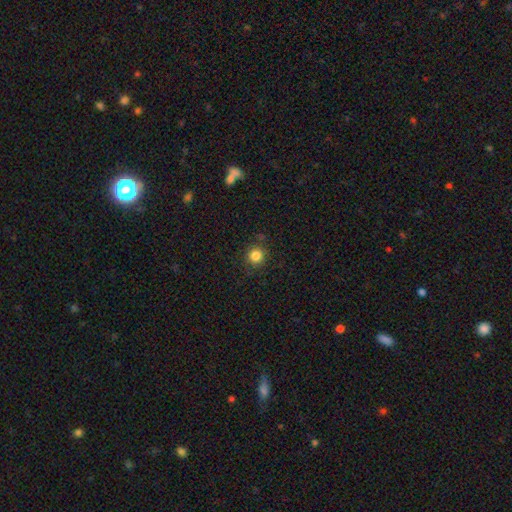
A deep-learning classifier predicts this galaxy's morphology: Smooth or featured?
  - smooth: 84% *
  - star or artifact: 12%
  - featured or disk: 5%
How rounded?
  - round: 93% *
  - in between: 6%
  - cigar-shaped: 1%
Merging?
  - none: 87% *
  - minor disturbance: 9%
  - major disturbance: 3%
  - merger: 2%